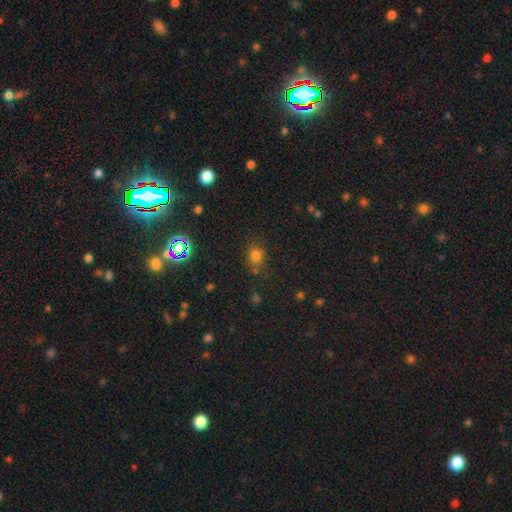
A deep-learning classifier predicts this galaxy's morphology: Smooth or featured?
  - smooth: 72% *
  - star or artifact: 21%
  - featured or disk: 8%
How rounded?
  - round: 60% *
  - in between: 38%
  - cigar-shaped: 2%
Merging?
  - none: 71% *
  - minor disturbance: 18%
  - major disturbance: 7%
  - merger: 5%